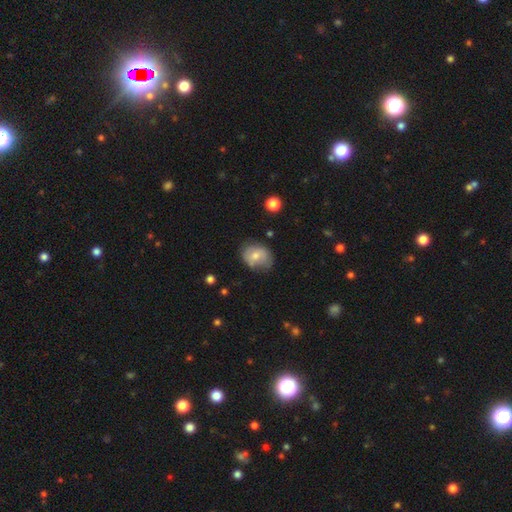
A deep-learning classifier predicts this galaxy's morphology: Smooth or featured? Predicted: smooth (p=0.64). How rounded? Predicted: in between (p=0.56). Merging? Predicted: none (p=0.60).